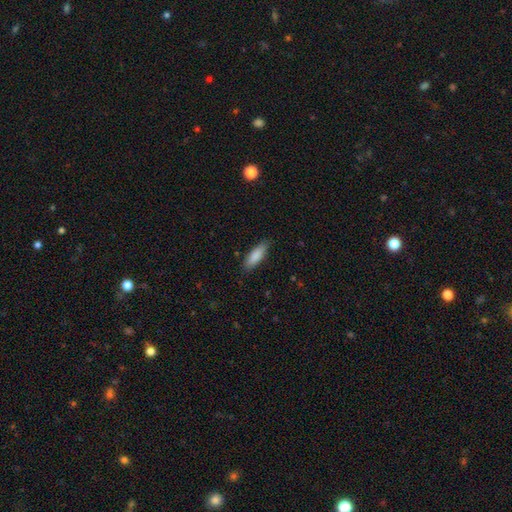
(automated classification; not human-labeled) Overall: smooth (84%). How rounded: in between (50%; cigar-shaped 49%). Merging: none (85%).